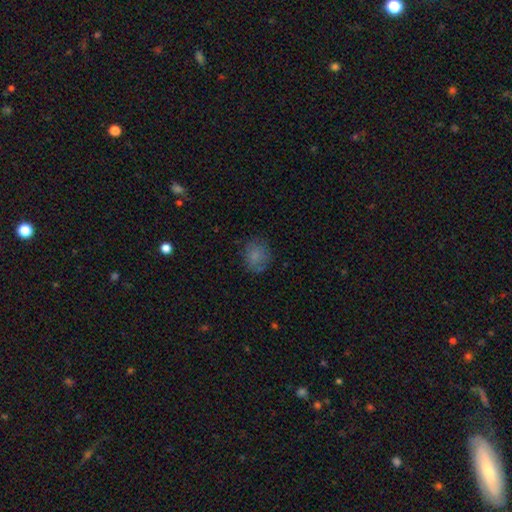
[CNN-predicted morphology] smooth 79%, featured or disk 11%, star or artifact 10%. Down the decision tree: how rounded — round (68%); merging — none (75%).